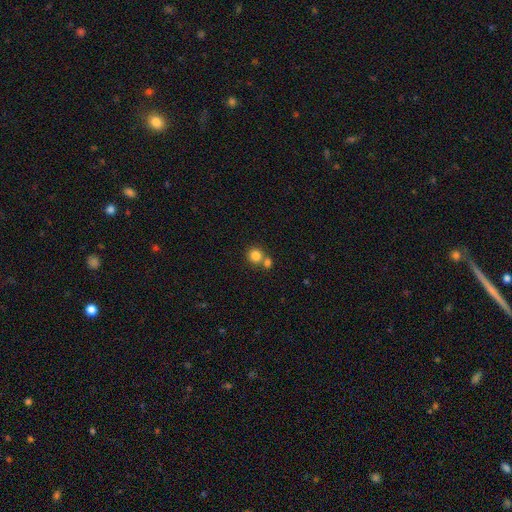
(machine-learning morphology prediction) This appears to be a smooth galaxy with no disk features (82%) that is round (90%). Merging: none (56%).